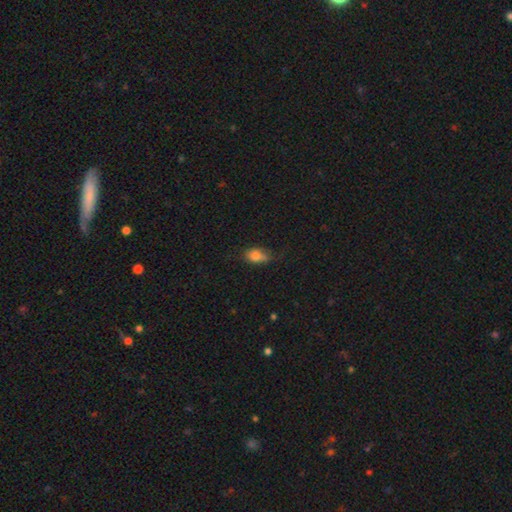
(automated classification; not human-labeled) This appears to be a smooth galaxy with no disk features (80%) that is in between round and cigar-shaped (80%). Merging: none (55%).